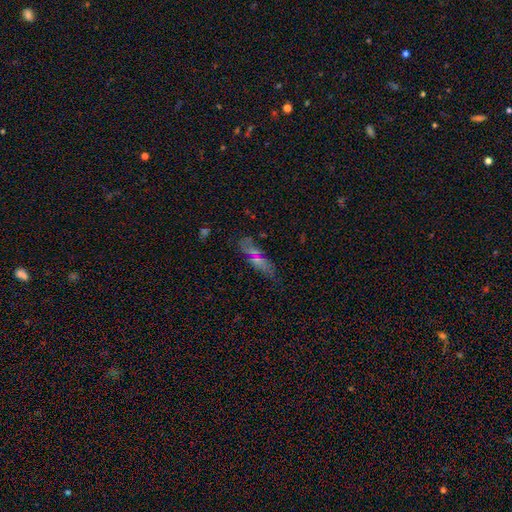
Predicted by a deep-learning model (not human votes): smooth-or-featured: smooth: 50% | featured or disk: 32% | star or artifact: 18%
  how-rounded: cigar-shaped: 57% | in between: 38% | round: 5%
  merging: none: 65% | minor disturbance: 20% | major disturbance: 8% | merger: 8%